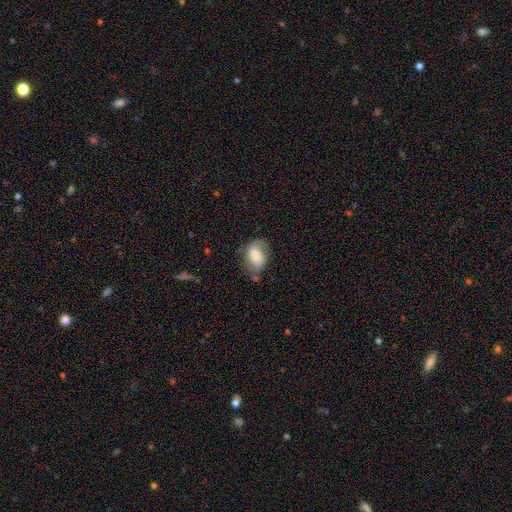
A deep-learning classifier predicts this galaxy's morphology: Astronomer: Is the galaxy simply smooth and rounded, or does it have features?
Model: smooth — 66%.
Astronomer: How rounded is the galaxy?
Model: in between — 84%.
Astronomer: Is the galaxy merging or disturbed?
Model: none — 53% (runner-up: minor disturbance, 30%).